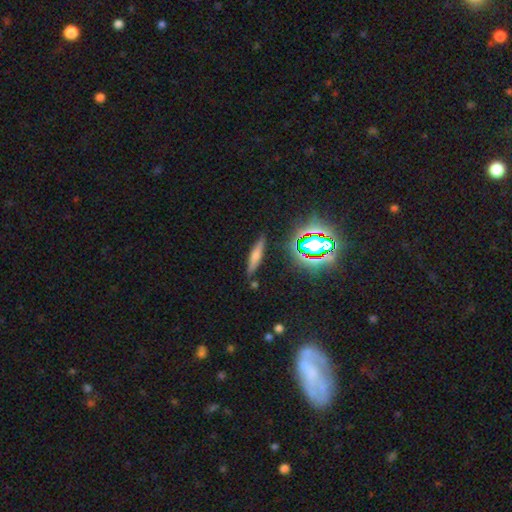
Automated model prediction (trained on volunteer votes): smooth-or-featured: smooth: 56% | featured or disk: 27% | star or artifact: 17%
  how-rounded: cigar-shaped: 80% | in between: 17% | round: 3%
  merging: none: 84% | minor disturbance: 11% | major disturbance: 3% | merger: 3%